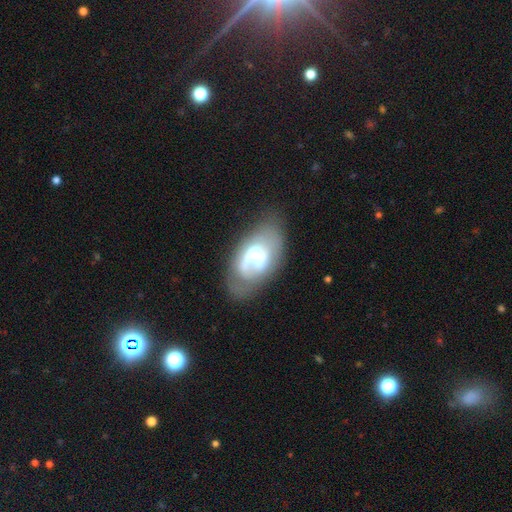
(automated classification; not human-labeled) smooth_or_featured: featured or disk (p=0.62) [alt: smooth p=0.30]
disk_edge_on: no (p=0.95) [alt: yes p=0.05]
bar: no (p=0.45) [alt: weak p=0.41]
has_spiral_arms: yes (p=0.69) [alt: no p=0.31]
bulge_size: moderate (p=0.48) [alt: small p=0.34]
merging: none (p=0.52) [alt: minor disturbance p=0.23]